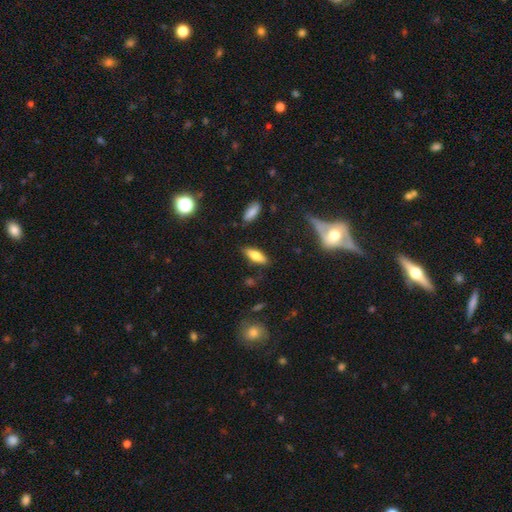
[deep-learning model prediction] Smooth or featured? Predicted: smooth (p=0.66). How rounded? Predicted: in between (p=0.60). Merging? Predicted: none (p=0.82).